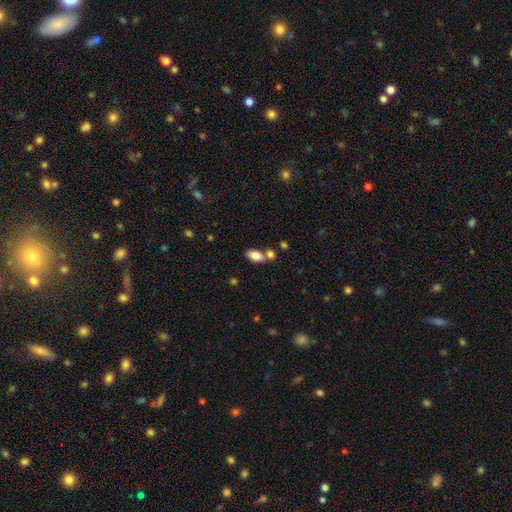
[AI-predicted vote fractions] This is clearly a smooth galaxy (84%). How rounded: clearly in between (92%). Merging: possibly none (56%).